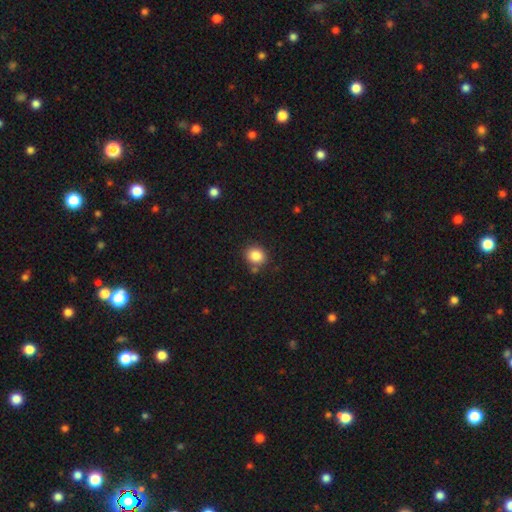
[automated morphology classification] Overall: smooth (85%). How rounded: round (74%). Merging: none (78%).